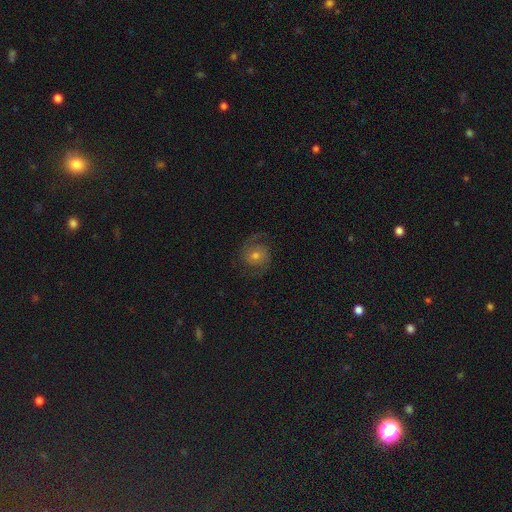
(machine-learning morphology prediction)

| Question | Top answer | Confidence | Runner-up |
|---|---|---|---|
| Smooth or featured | featured or disk | 74% | smooth (15%) |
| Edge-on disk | no | 98% | yes (2%) |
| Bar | no | 71% | weak (24%) |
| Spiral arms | yes | 95% | no (5%) |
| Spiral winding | medium | 52% | tight (27%) |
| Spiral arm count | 2 | 90% | can't tell (4%) |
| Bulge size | moderate | 57% | small (34%) |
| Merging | none | 80% | minor disturbance (12%) |